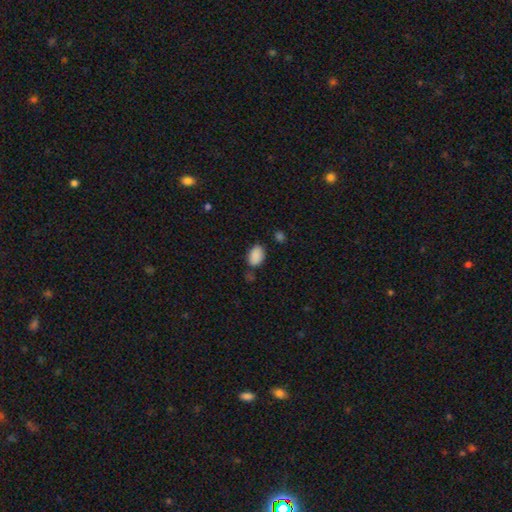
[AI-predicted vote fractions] The model was most divided on "merging": none: 71%, minor disturbance: 19%, merger: 6%, major disturbance: 4%. More confident: smooth or featured — smooth (88%); how rounded — in between (87%).